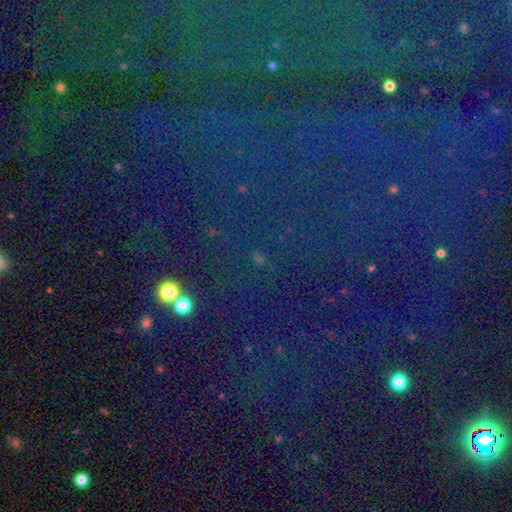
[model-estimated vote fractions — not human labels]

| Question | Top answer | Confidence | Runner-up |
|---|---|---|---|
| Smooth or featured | star or artifact | 80% | smooth (12%) |